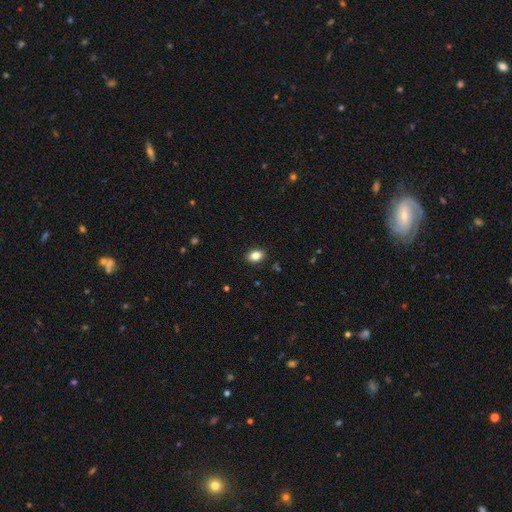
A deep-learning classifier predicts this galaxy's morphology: A smooth galaxy with no disk features (84%) that is in between round and cigar-shaped (76%). Merging: none (89%).